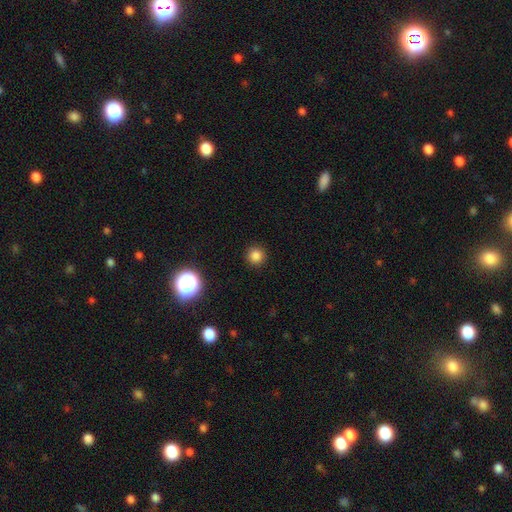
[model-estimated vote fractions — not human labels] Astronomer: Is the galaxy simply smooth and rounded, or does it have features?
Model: smooth — 82%.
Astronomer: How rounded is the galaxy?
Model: round — 95%.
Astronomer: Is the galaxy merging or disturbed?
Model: none — 92%.